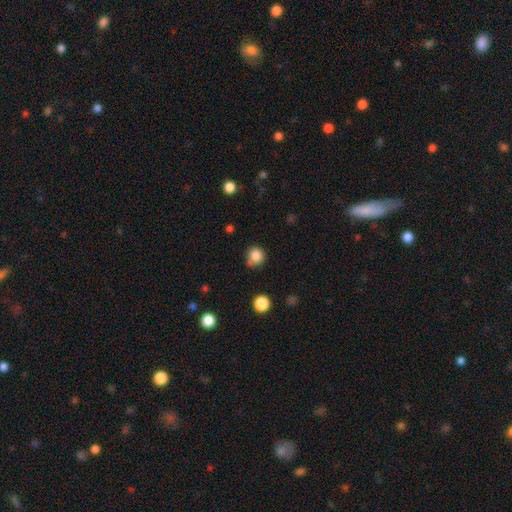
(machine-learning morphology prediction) Smooth or featured: smooth — 83% (star or artifact — 12%)
How rounded: round — 91% (in between — 8%)
Merging: none — 73% (minor disturbance — 16%)